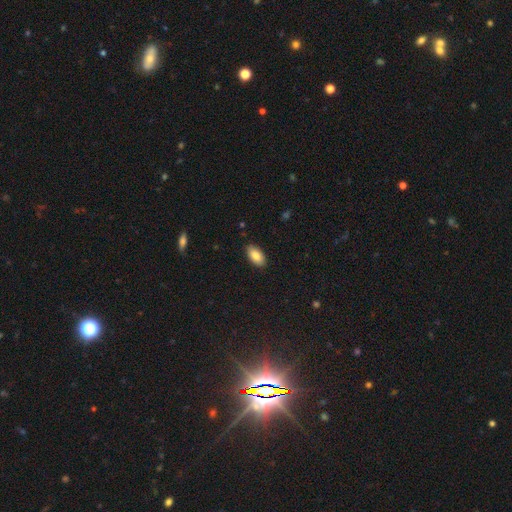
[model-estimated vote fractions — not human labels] Smooth or featured?
  - smooth: 86% *
  - featured or disk: 8%
  - star or artifact: 7%
How rounded?
  - in between: 94% *
  - cigar-shaped: 3%
  - round: 3%
Merging?
  - none: 88% *
  - minor disturbance: 9%
  - major disturbance: 2%
  - merger: 1%